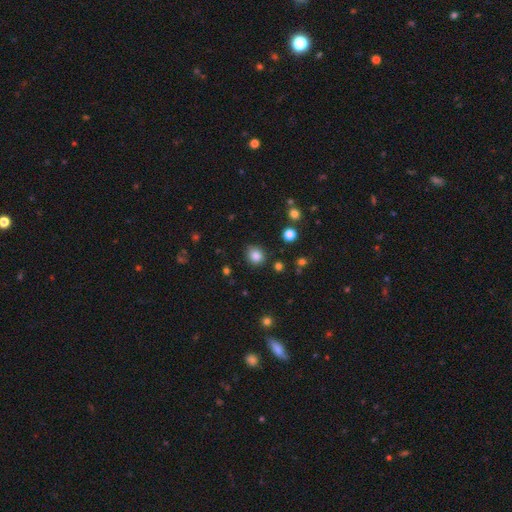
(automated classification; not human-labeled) A smooth galaxy with no disk features (84%) that is round (75%). Merging: none (85%).